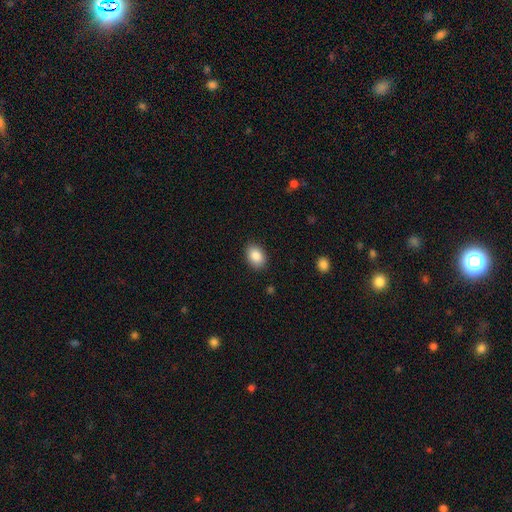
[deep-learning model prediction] smooth 87%, star or artifact 8%, featured or disk 5%. Down the decision tree: how rounded — in between (79%); merging — none (88%).